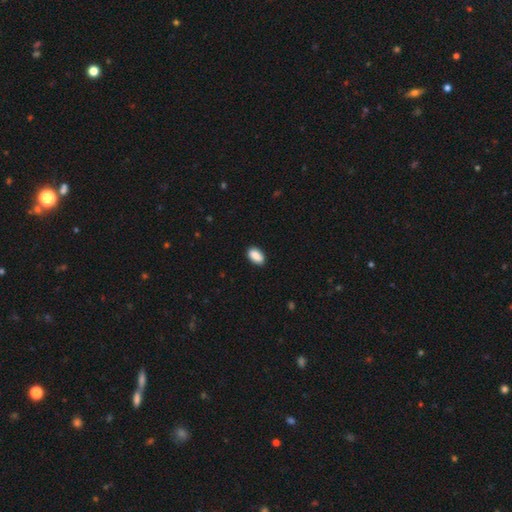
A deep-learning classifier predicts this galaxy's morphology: smooth-or-featured: smooth: 89% | star or artifact: 7% | featured or disk: 4%
  how-rounded: in between: 93% | round: 4% | cigar-shaped: 2%
  merging: none: 87% | minor disturbance: 11% | major disturbance: 2% | merger: 1%